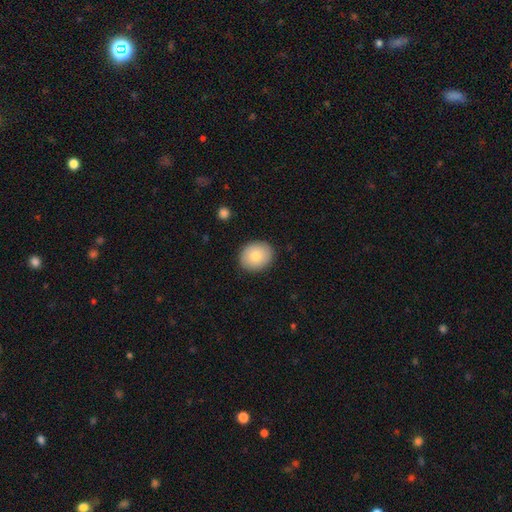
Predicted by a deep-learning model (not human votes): Smooth or featured?
  - smooth: 81% *
  - featured or disk: 12%
  - star or artifact: 7%
How rounded?
  - round: 64% *
  - in between: 35%
  - cigar-shaped: 1%
Merging?
  - none: 88% *
  - minor disturbance: 8%
  - major disturbance: 2%
  - merger: 1%